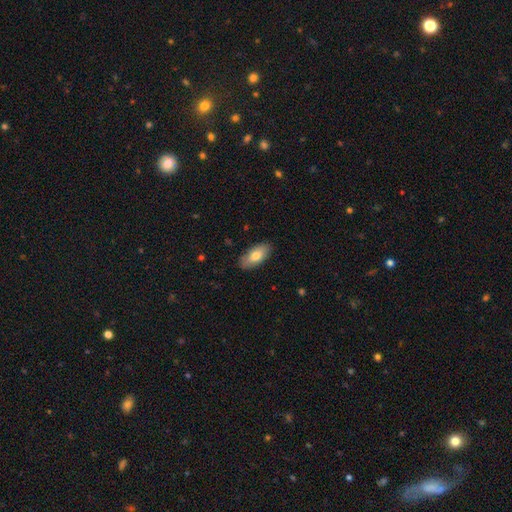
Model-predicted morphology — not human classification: type=smooth (76%); roundness=in between (90%); merging=none (87%).